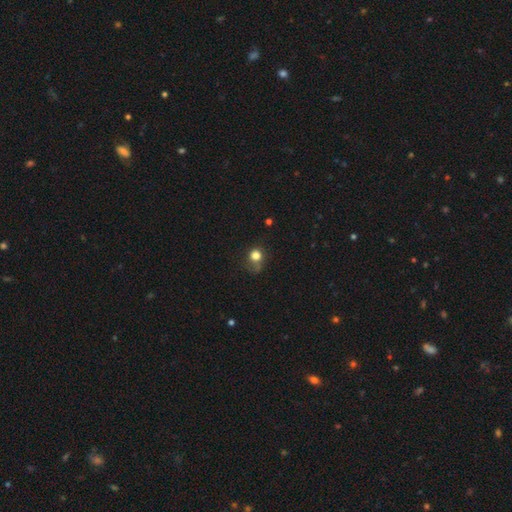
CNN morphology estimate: smooth_or_featured: smooth (p=0.78) [alt: star or artifact p=0.13]
how_rounded: round (p=0.80) [alt: in between p=0.19]
merging: none (p=0.46) [alt: minor disturbance p=0.26]